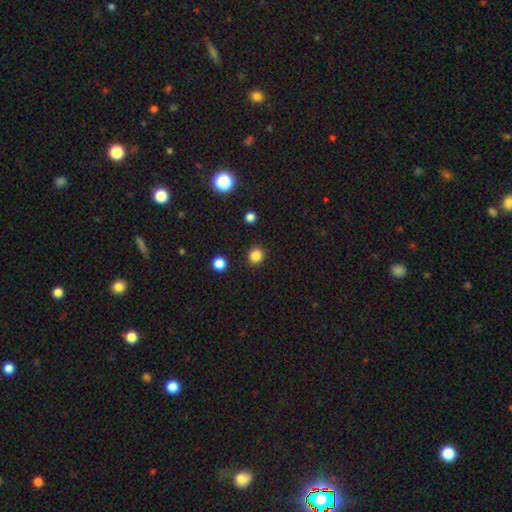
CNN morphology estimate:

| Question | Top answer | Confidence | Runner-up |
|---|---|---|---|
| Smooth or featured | smooth | 85% | star or artifact (12%) |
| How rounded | round | 90% | in between (10%) |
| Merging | none | 91% | minor disturbance (6%) |